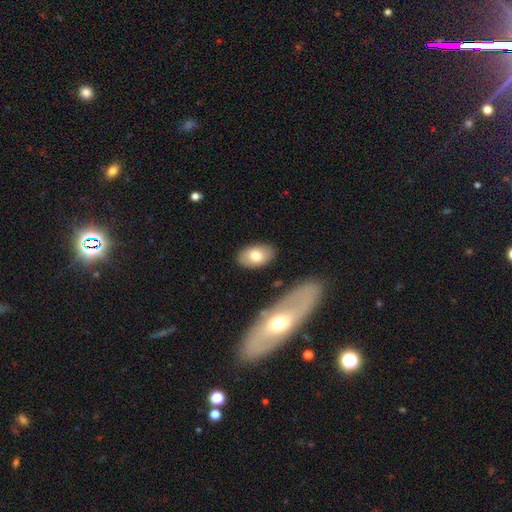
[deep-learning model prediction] smooth 76%, featured or disk 18%, star or artifact 6%. Down the decision tree: how rounded — in between (92%); merging — none (83%).